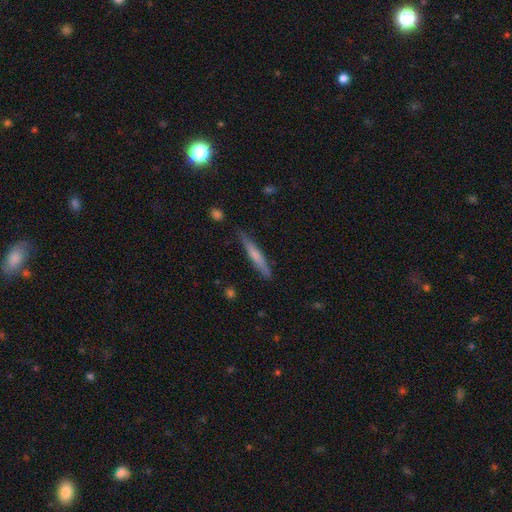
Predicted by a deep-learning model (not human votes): Smooth or featured?
  - smooth: 57% *
  - featured or disk: 37%
  - star or artifact: 6%
How rounded?
  - cigar-shaped: 95% *
  - in between: 4%
  - round: 1%
Merging?
  - none: 85% *
  - minor disturbance: 12%
  - major disturbance: 2%
  - merger: 2%